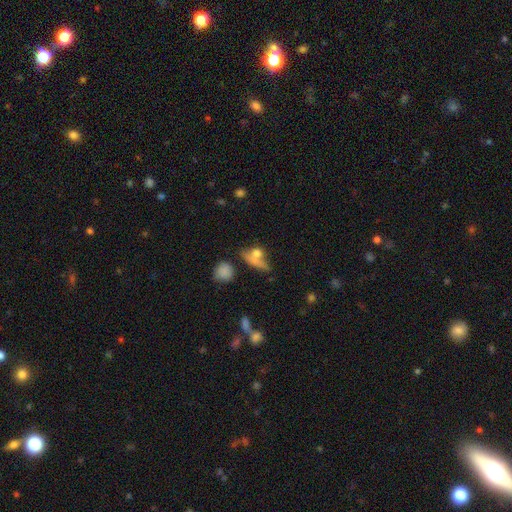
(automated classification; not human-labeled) Smooth or featured?
  - smooth: 65% *
  - featured or disk: 22%
  - star or artifact: 12%
How rounded?
  - in between: 51% *
  - round: 33%
  - cigar-shaped: 17%
Merging?
  - none: 36% *
  - merger: 28%
  - minor disturbance: 18%
  - major disturbance: 18%